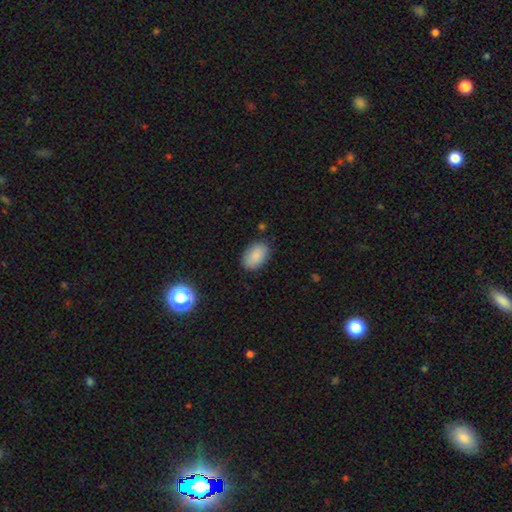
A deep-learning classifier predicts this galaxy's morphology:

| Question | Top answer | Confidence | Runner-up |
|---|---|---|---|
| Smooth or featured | smooth | 87% | star or artifact (7%) |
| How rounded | in between | 90% | round (9%) |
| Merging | none | 84% | minor disturbance (12%) |